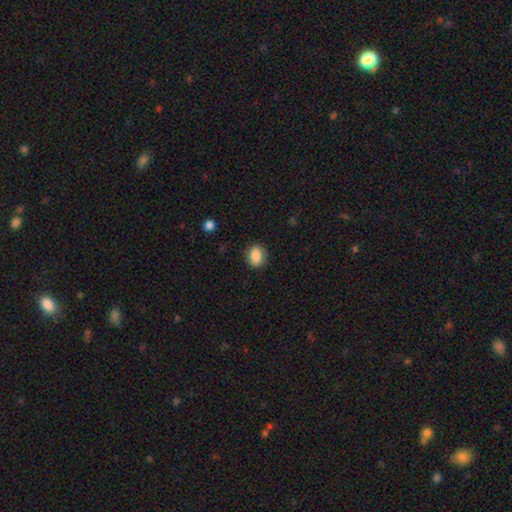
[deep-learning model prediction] This is clearly a smooth galaxy (87%). How rounded: possibly round (52%). Merging: clearly none (87%).